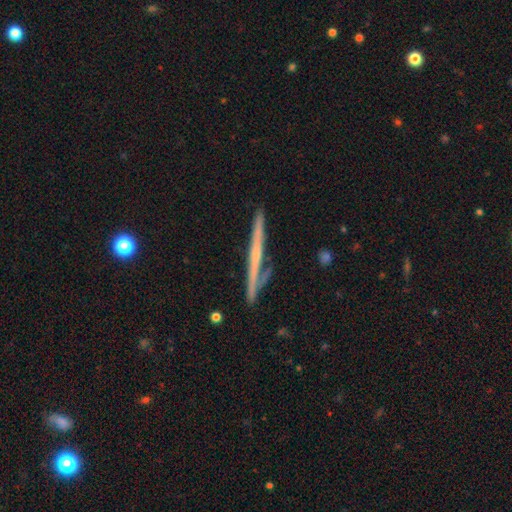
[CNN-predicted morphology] This appears to be a featured or disk galaxy (65%) viewed edge-on (96%) with no central bulge (69%). Merging: none (83%).